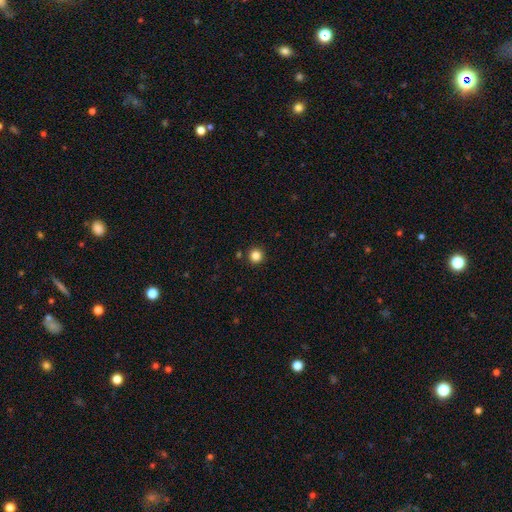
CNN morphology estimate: This appears to be a smooth galaxy with no disk features (84%) that is round (96%). Merging: none (91%).